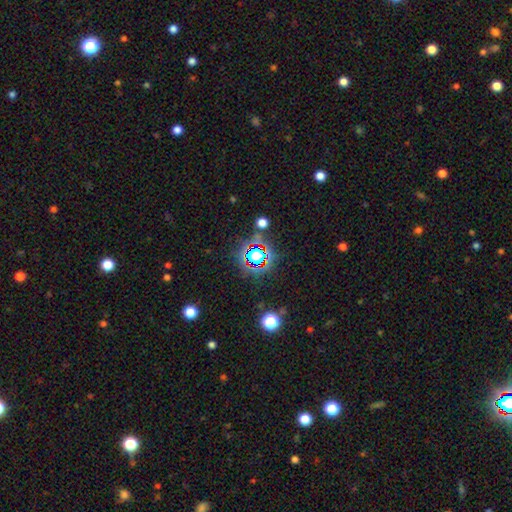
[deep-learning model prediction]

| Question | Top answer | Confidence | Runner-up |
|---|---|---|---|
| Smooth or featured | star or artifact | 60% | smooth (27%) |